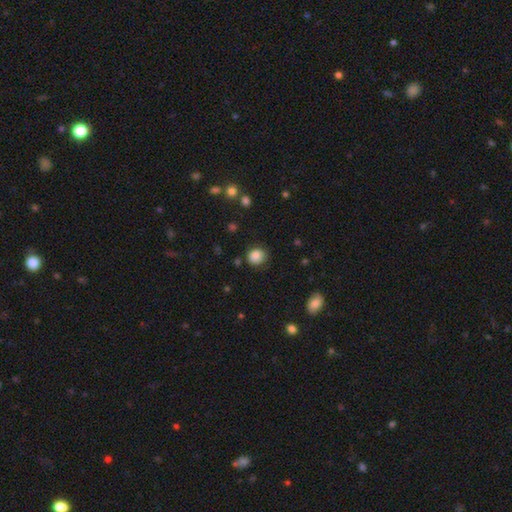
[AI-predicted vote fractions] Smooth or featured? smooth (85%)
How rounded? round (80%)
Merging? none (79%)